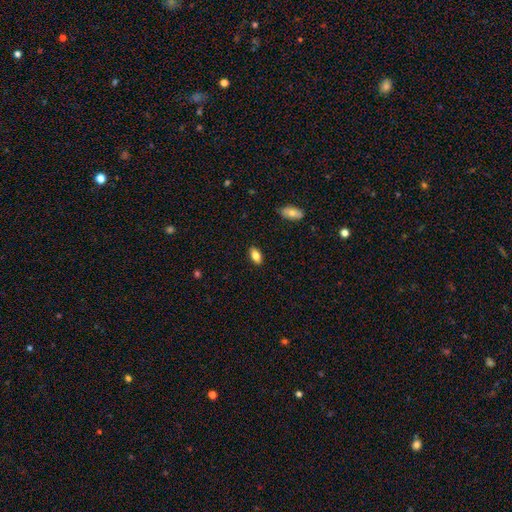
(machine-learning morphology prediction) The model was most divided on "smooth or featured": smooth: 81%, featured or disk: 11%, star or artifact: 8%. More confident: how rounded — in between (90%); merging — none (88%).